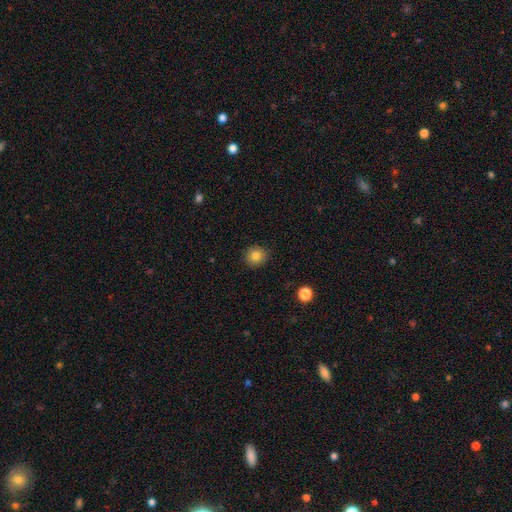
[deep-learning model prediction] A smooth galaxy with no disk features (82%) that is round (89%). Merging: none (90%).